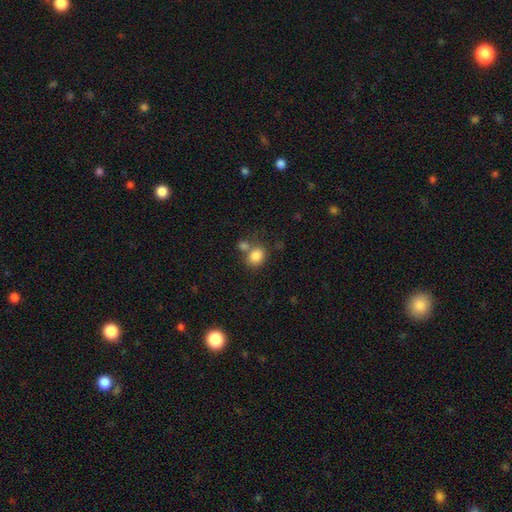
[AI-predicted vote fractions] The model was most divided on "how rounded": round: 59%, in between: 40%, cigar-shaped: 1%. More confident: smooth or featured — smooth (84%); merging — none (56%).